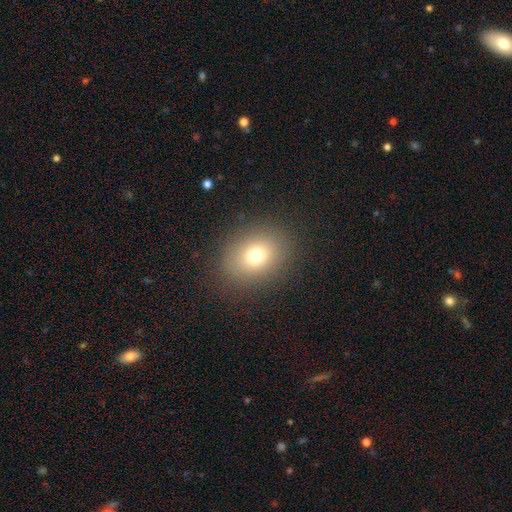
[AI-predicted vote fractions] smooth_or_featured: smooth (p=0.73) [alt: star or artifact p=0.15]
how_rounded: in between (p=0.50) [alt: round p=0.49]
merging: none (p=0.86) [alt: minor disturbance p=0.08]